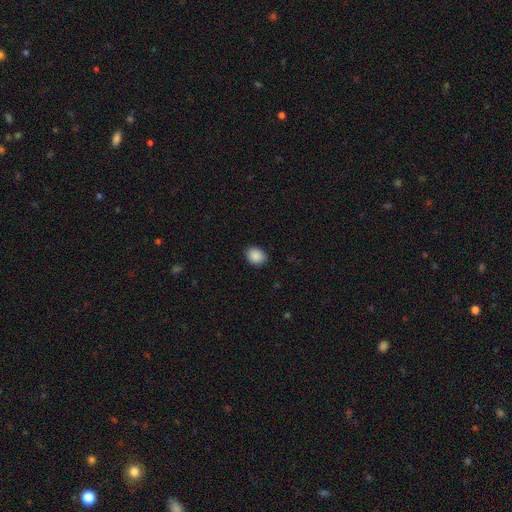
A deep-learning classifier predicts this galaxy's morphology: A smooth galaxy with no disk features (89%) that is in between round and cigar-shaped (51%).

Vote fractions:
- Smooth or featured? smooth: 89% / star or artifact: 8% / featured or disk: 3%
- How rounded? in between: 51% / round: 48% / cigar-shaped: 1%
- Merging? none: 88% / minor disturbance: 9% / major disturbance: 2% / merger: 1%